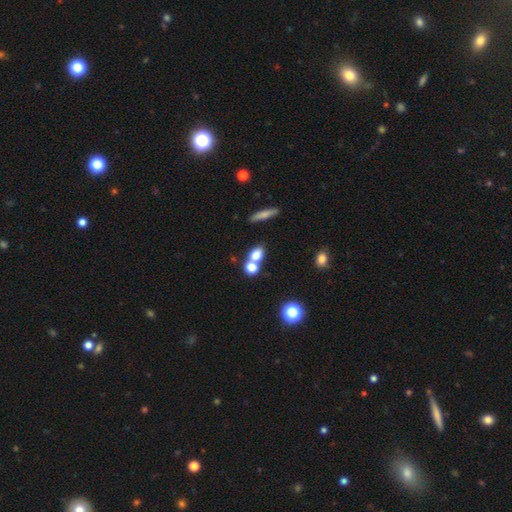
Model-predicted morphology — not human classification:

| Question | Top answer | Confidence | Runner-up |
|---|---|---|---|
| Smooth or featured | smooth | 74% | star or artifact (13%) |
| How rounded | round | 50% | in between (45%) |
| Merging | none | 47% | merger (42%) |